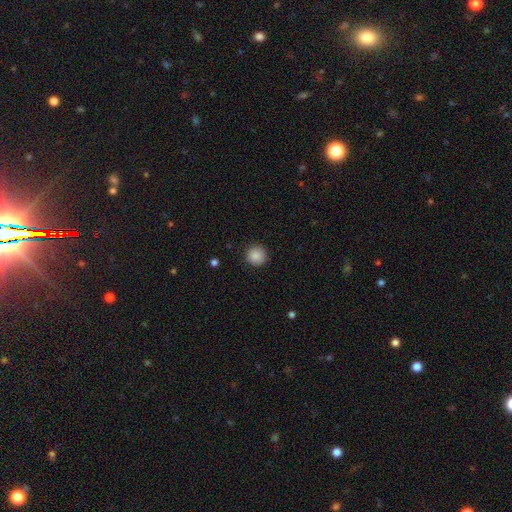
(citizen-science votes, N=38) A smooth galaxy with no disk features (95%) that is round (100%).

Vote fractions:
- Smooth or featured? smooth: 95% / featured or disk: 3% / star or artifact: 3%
- How rounded? round: 100% / in between: 0% / cigar-shaped: 0%
- Merging? none: 100% / minor disturbance: 0% / major disturbance: 0% / merger: 0%